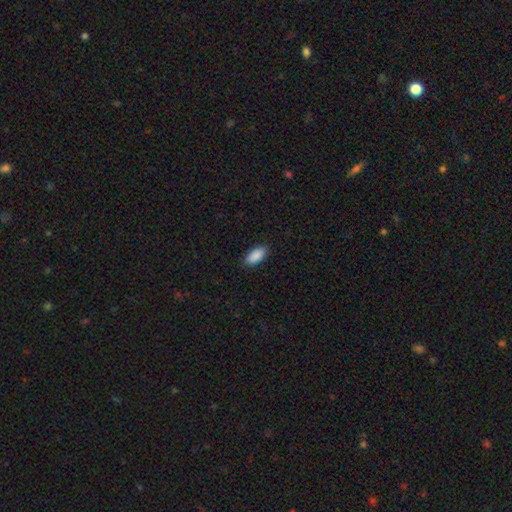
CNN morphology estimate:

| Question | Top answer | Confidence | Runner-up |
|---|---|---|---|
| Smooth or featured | smooth | 90% | star or artifact (6%) |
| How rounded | in between | 92% | cigar-shaped (6%) |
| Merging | none | 88% | minor disturbance (9%) |